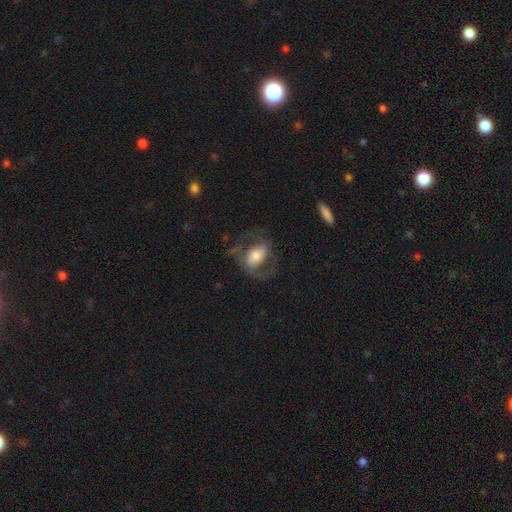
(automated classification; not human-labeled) A featured or disk galaxy (70%) with no bar (41%), 2 (84%) medium (53%) spiral arms (86%) and a moderate central bulge (50%).

Vote fractions:
- Smooth or featured? featured or disk: 70% / smooth: 23% / star or artifact: 6%
- Edge-on disk? no: 96% / yes: 4%
- Bar? no: 41% / weak: 36% / strong: 23%
- Spiral arms? yes: 86% / no: 14%
- Spiral winding? medium: 53% / loose: 30% / tight: 17%
- Spiral arm count? 2: 84% / can't tell: 7% / 1: 5% / 3: 3% / 4: 1% / more than 4: 1%
- Bulge size? moderate: 50% / large: 22% / small: 22% / dominant: 3% / none: 3%
- Merging? none: 58% / major disturbance: 22% / minor disturbance: 18% / merger: 2%